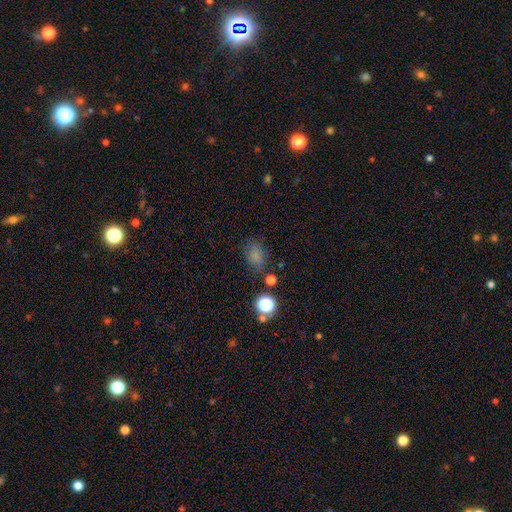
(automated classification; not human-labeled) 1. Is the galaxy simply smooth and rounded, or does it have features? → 74% smooth, 19% star or artifact, 7% featured or disk.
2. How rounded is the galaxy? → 67% in between, 32% round, 2% cigar-shaped.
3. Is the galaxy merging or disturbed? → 72% none, 17% minor disturbance, 6% major disturbance, 5% merger.